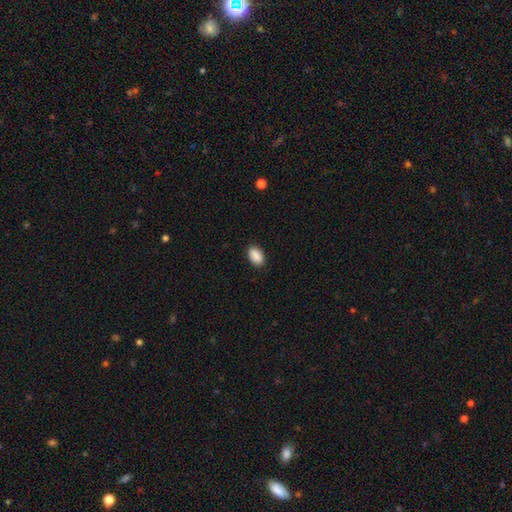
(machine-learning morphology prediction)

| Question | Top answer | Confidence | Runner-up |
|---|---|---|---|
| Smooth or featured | smooth | 90% | star or artifact (7%) |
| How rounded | in between | 92% | round (6%) |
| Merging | none | 89% | minor disturbance (8%) |